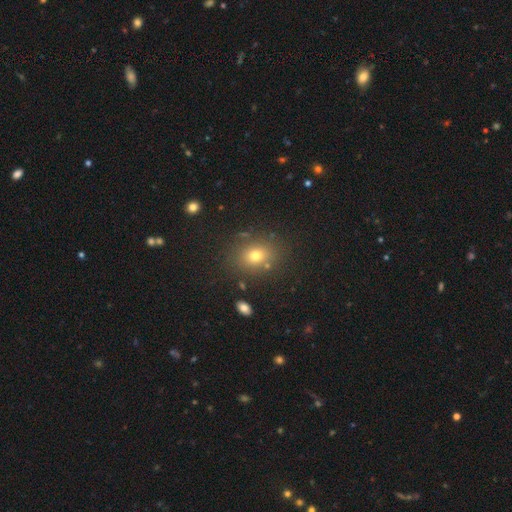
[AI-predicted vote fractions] A smooth galaxy with no disk features (72%) that is round (52%).

Vote fractions:
- Smooth or featured? smooth: 72% / star or artifact: 17% / featured or disk: 11%
- How rounded? round: 52% / in between: 46% / cigar-shaped: 1%
- Merging? none: 81% / minor disturbance: 10% / merger: 5% / major disturbance: 4%